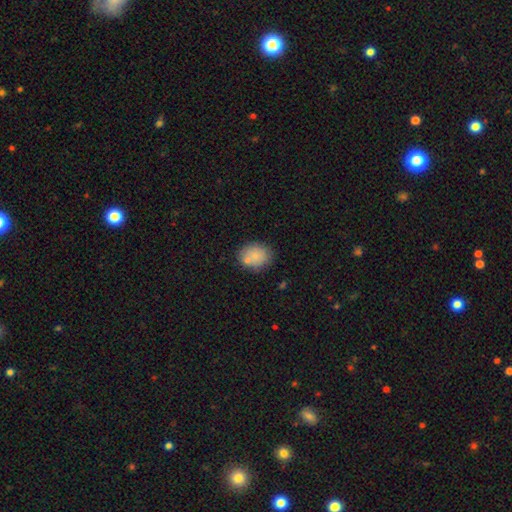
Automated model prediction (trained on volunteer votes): Smooth or featured: smooth — 79% (featured or disk — 12%)
How rounded: in between — 50% (round — 48%)
Merging: none — 68% (minor disturbance — 14%)